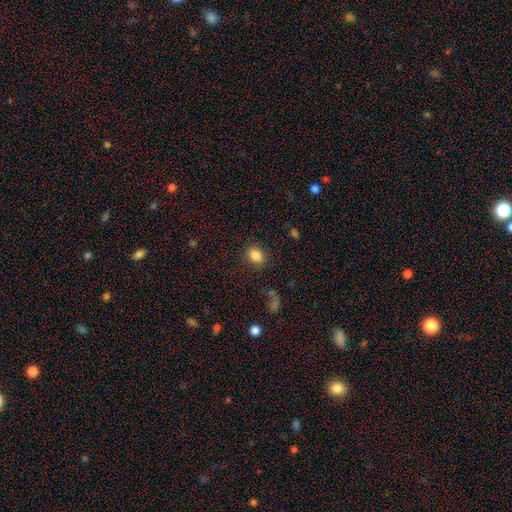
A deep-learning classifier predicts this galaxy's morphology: Smooth or featured? smooth (85%)
How rounded? in between (55%)
Merging? none (85%)